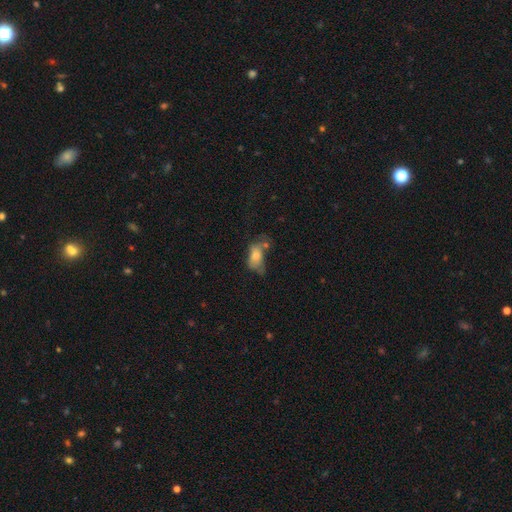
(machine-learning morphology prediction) smooth_or_featured: smooth (p=0.66) [alt: featured or disk p=0.23]
how_rounded: in between (p=0.87) [alt: round p=0.09]
merging: major disturbance (p=0.34) [alt: minor disturbance p=0.23]